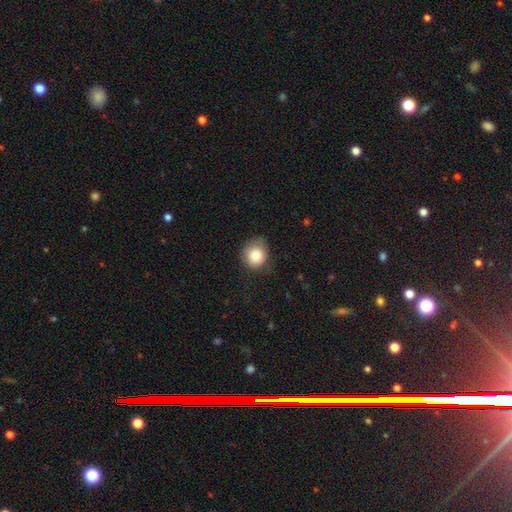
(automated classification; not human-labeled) This is clearly a smooth galaxy (81%). How rounded: clearly round (83%). Merging: likely none (72%).